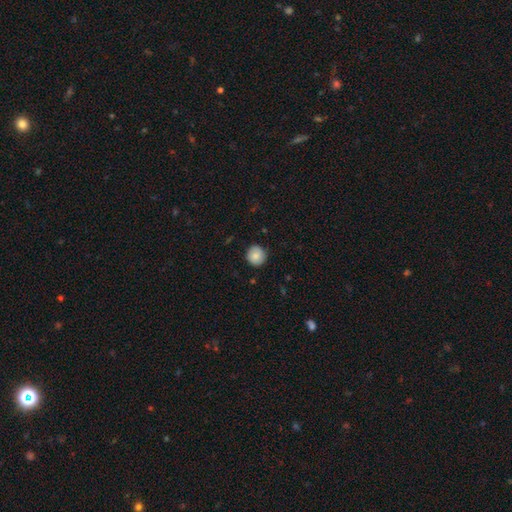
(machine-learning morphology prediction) The model was most divided on "smooth or featured": smooth: 85%, star or artifact: 8%, featured or disk: 8%. More confident: how rounded — round (93%); merging — none (87%).